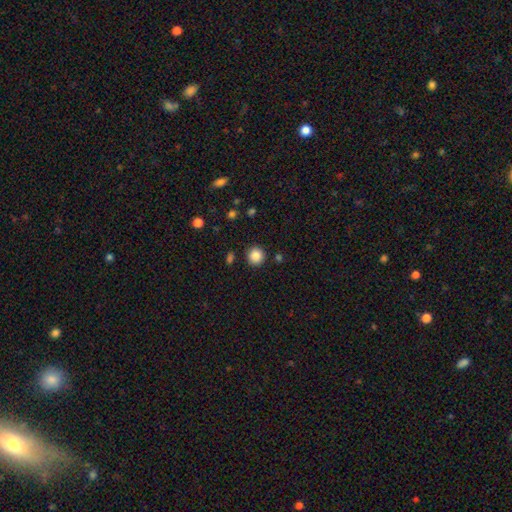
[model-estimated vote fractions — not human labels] Overall: smooth (87%). How rounded: round (93%). Merging: none (90%).